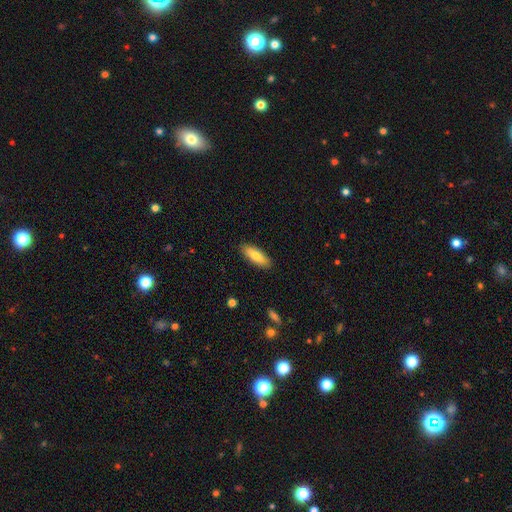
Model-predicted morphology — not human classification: Smooth or featured: smooth — 77% (featured or disk — 17%)
How rounded: in between — 61% (cigar-shaped — 37%)
Merging: none — 89% (minor disturbance — 8%)